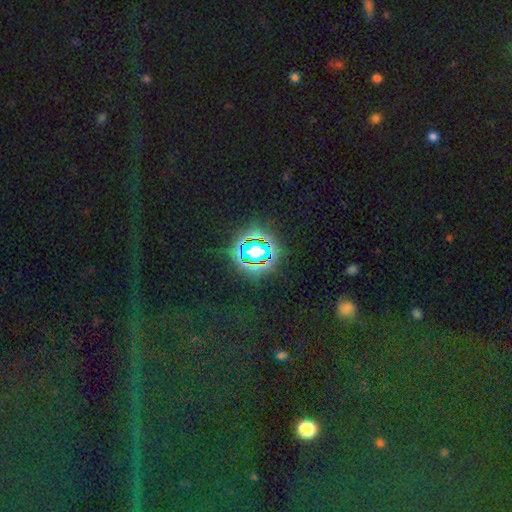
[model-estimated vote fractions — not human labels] smooth_or_featured: star or artifact (p=0.78) [alt: smooth p=0.14]